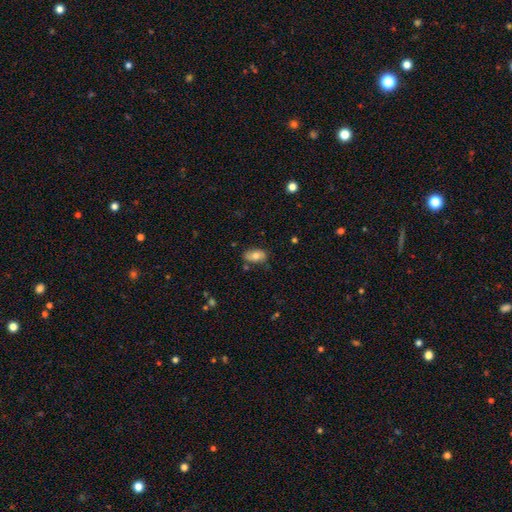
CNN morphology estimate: This is likely a smooth galaxy (72%). How rounded: clearly in between (92%). Merging: likely none (72%).